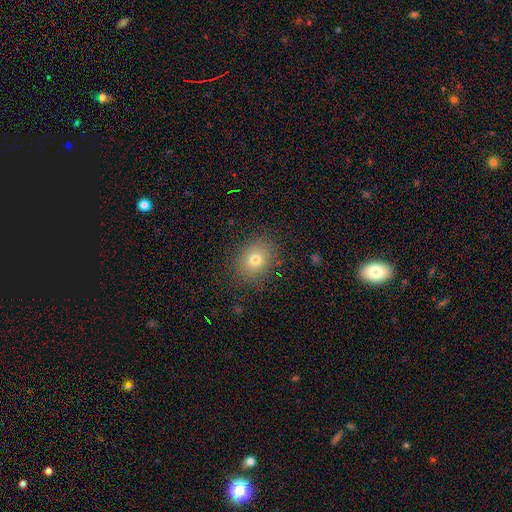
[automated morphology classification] smooth_or_featured: smooth (p=0.69) [alt: star or artifact p=0.22]
how_rounded: round (p=0.55) [alt: in between p=0.44]
merging: none (p=0.89) [alt: minor disturbance p=0.07]